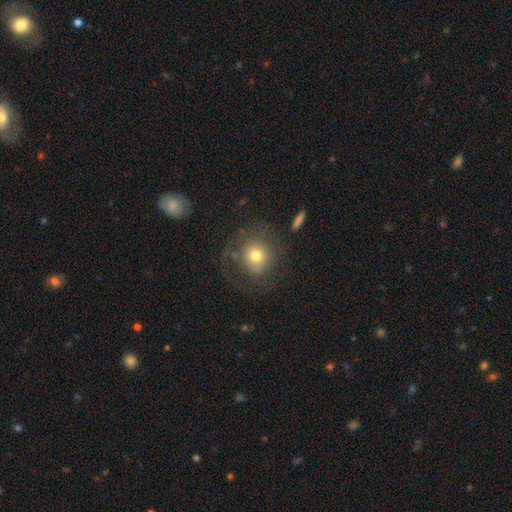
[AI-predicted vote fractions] Smooth or featured? smooth (63%)
How rounded? round (87%)
Merging? none (59%)